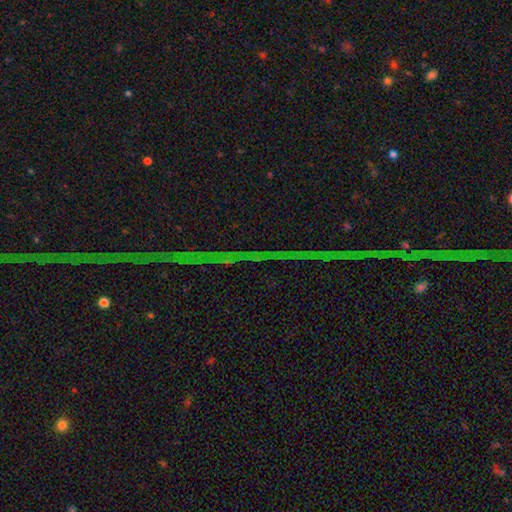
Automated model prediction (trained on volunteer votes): A star or artifact, not a galaxy (86%).

Vote fractions:
- Smooth or featured? star or artifact: 86% / featured or disk: 8% / smooth: 6%